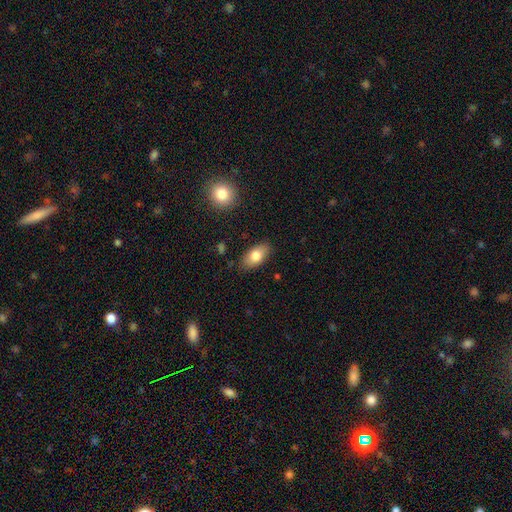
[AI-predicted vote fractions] Smooth or featured? Predicted: smooth (p=0.78). How rounded? Predicted: in between (p=0.90). Merging? Predicted: none (p=0.85).